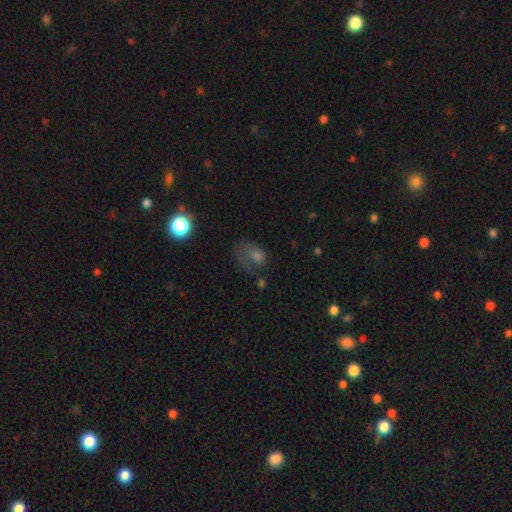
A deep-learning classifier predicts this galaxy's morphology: smooth 57%, star or artifact 22%, featured or disk 20%. Down the decision tree: how rounded — in between (66%); merging — none (37%).